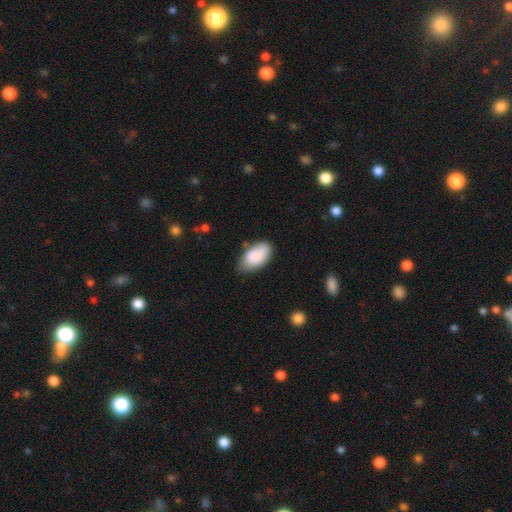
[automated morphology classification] Smooth or featured?
  - smooth: 87% *
  - featured or disk: 6%
  - star or artifact: 6%
How rounded?
  - in between: 95% *
  - round: 3%
  - cigar-shaped: 2%
Merging?
  - none: 66% *
  - minor disturbance: 26%
  - major disturbance: 5%
  - merger: 3%